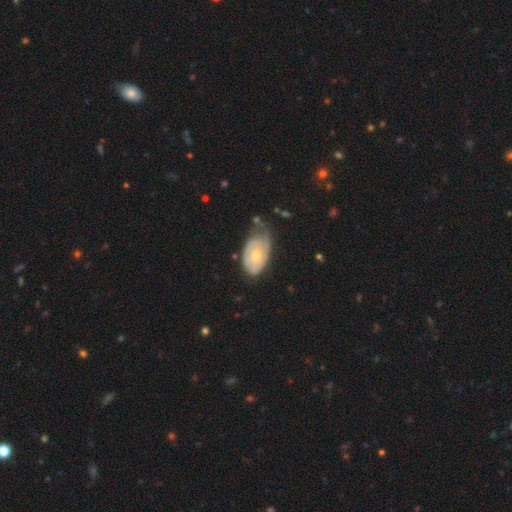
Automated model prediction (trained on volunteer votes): A featured or disk galaxy (65%) with no bar (65%), tight (62%) spiral arms (81%) and a moderate central bulge (52%). Merging: none (41%).